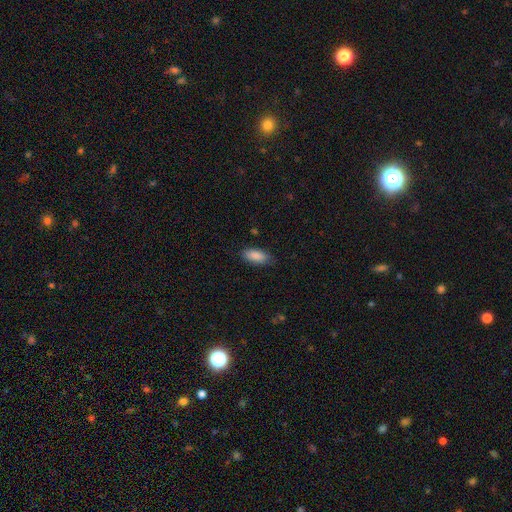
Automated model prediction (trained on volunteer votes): smooth 89%, star or artifact 7%, featured or disk 5%. Down the decision tree: how rounded — in between (85%); merging — none (82%).